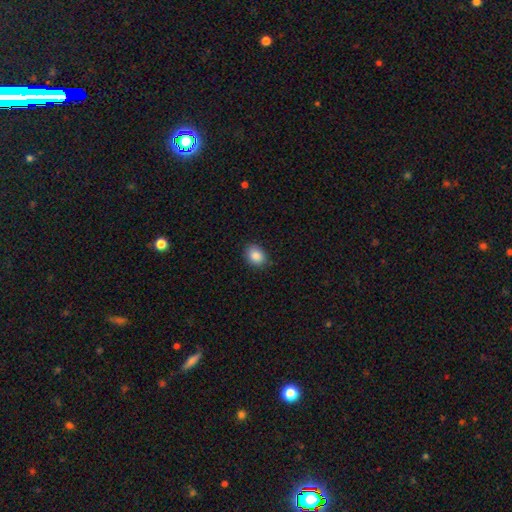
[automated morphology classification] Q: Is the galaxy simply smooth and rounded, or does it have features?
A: smooth — 88%.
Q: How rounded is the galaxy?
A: in between — 57%.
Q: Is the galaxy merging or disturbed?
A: none — 86%.